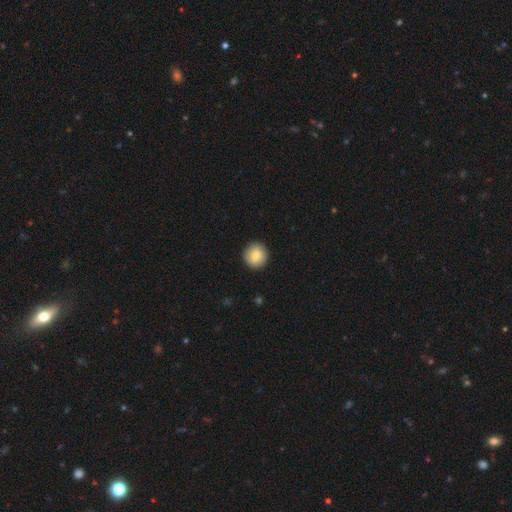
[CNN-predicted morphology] smooth_or_featured: smooth (p=0.80) [alt: featured or disk p=0.12]
how_rounded: round (p=0.93) [alt: in between p=0.06]
merging: none (p=0.91) [alt: minor disturbance p=0.07]